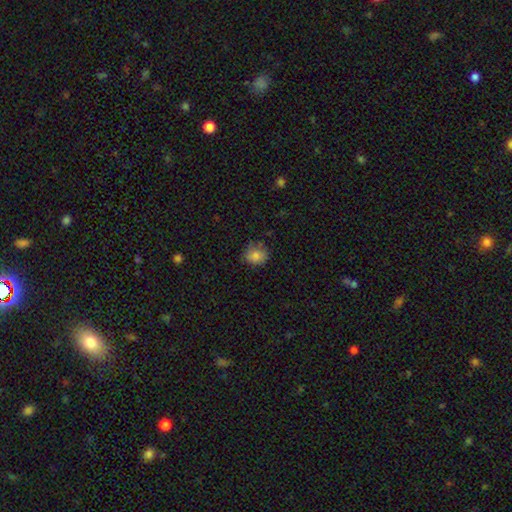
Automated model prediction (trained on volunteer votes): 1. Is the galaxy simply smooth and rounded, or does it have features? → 83% smooth, 10% star or artifact, 7% featured or disk.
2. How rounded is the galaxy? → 67% round, 32% in between, 1% cigar-shaped.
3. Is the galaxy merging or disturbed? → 71% none, 22% minor disturbance, 5% major disturbance, 2% merger.